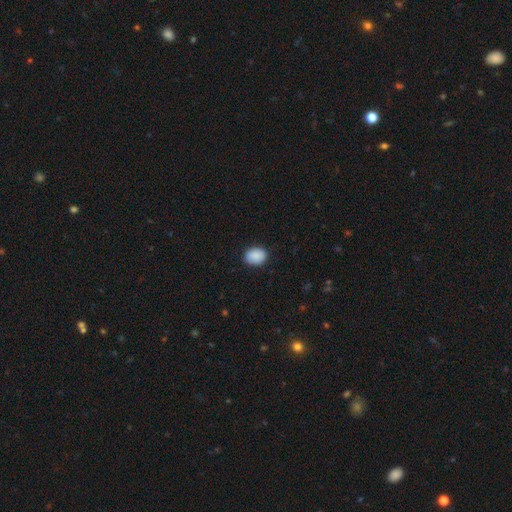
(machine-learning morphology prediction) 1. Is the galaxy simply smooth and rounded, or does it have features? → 90% smooth, 7% star or artifact, 3% featured or disk.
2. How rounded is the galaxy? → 62% in between, 37% round, 1% cigar-shaped.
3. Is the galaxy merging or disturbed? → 88% none, 9% minor disturbance, 2% major disturbance, 1% merger.